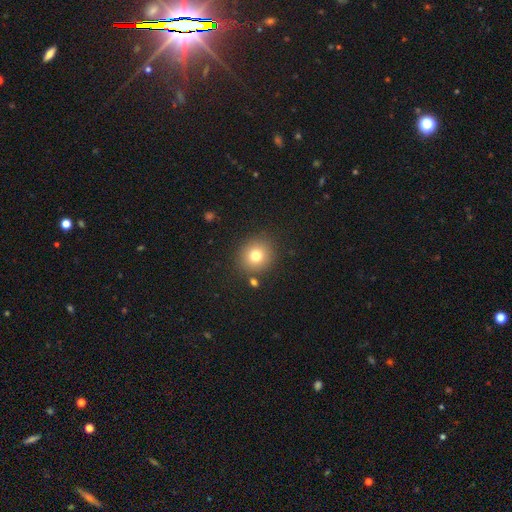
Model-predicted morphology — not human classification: This is likely a smooth galaxy (76%). How rounded: clearly round (87%). Merging: clearly none (85%).